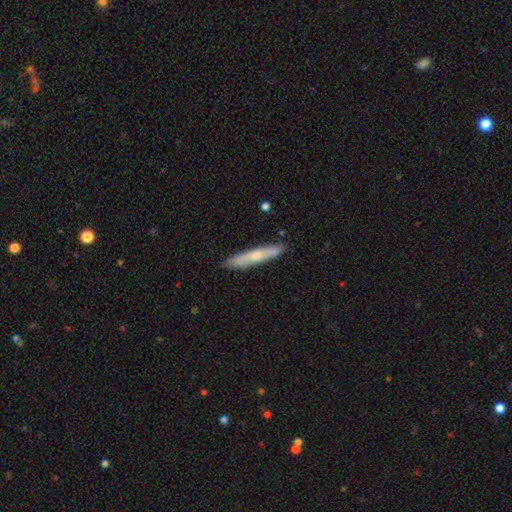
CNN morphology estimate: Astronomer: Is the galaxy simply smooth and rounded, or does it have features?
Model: smooth — 54% (runner-up: featured or disk, 40%).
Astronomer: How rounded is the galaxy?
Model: cigar-shaped — 92%.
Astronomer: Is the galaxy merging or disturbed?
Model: none — 88%.